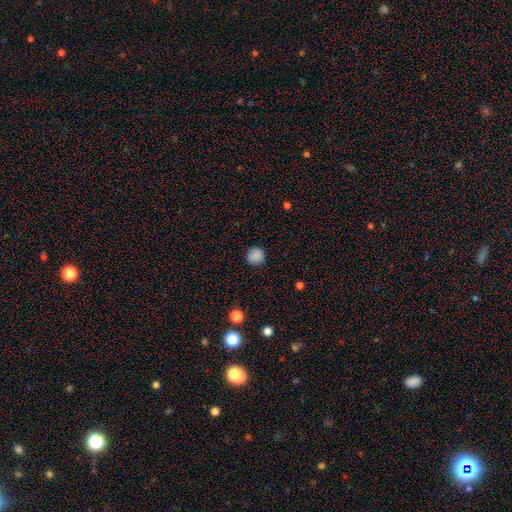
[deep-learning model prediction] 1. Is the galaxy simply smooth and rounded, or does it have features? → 85% smooth, 10% star or artifact, 5% featured or disk.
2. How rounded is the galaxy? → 93% round, 6% in between, 1% cigar-shaped.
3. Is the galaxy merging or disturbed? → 88% none, 9% minor disturbance, 2% major disturbance, 1% merger.